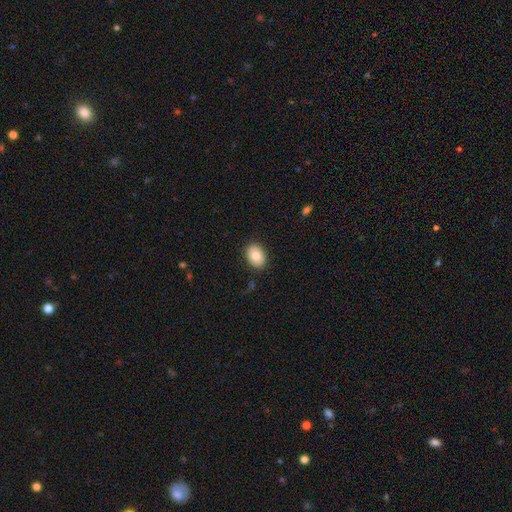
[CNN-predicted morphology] smooth_or_featured: smooth (p=0.82) [alt: featured or disk p=0.11]
how_rounded: in between (p=0.79) [alt: round p=0.20]
merging: none (p=0.88) [alt: minor disturbance p=0.09]